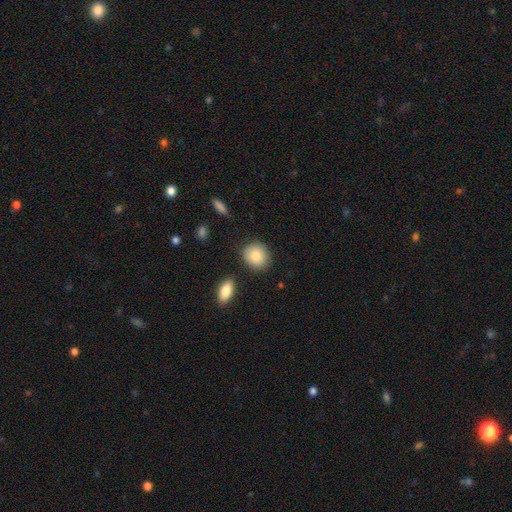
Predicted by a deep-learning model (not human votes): Overall: smooth (86%). How rounded: round (70%). Merging: none (84%).